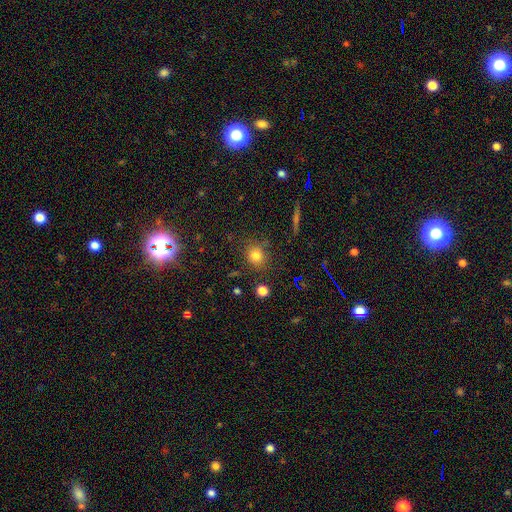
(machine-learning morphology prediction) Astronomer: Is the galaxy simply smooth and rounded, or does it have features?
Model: smooth — 78%.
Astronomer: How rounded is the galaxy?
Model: round — 84%.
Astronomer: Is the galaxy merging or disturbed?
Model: none — 80%.